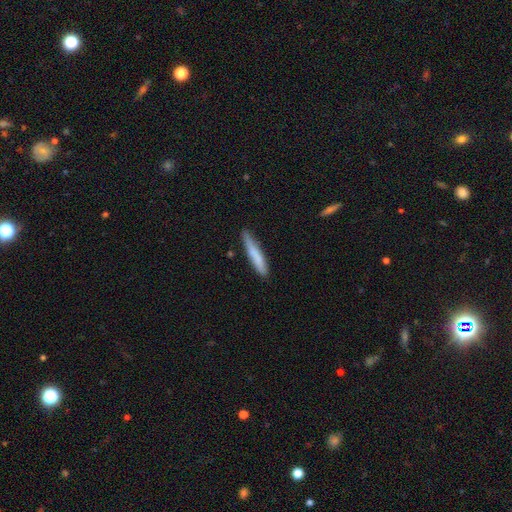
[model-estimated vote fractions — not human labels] Smooth or featured?
  - smooth: 76% *
  - featured or disk: 19%
  - star or artifact: 6%
How rounded?
  - cigar-shaped: 92% *
  - in between: 7%
  - round: 1%
Merging?
  - none: 77% *
  - minor disturbance: 19%
  - major disturbance: 3%
  - merger: 2%